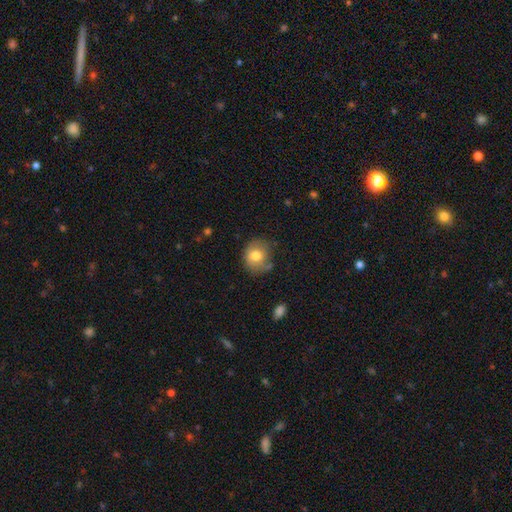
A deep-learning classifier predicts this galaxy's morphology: Smooth or featured?
  - smooth: 75% *
  - featured or disk: 16%
  - star or artifact: 9%
How rounded?
  - round: 76% *
  - in between: 23%
  - cigar-shaped: 1%
Merging?
  - none: 62% *
  - minor disturbance: 25%
  - major disturbance: 7%
  - merger: 5%